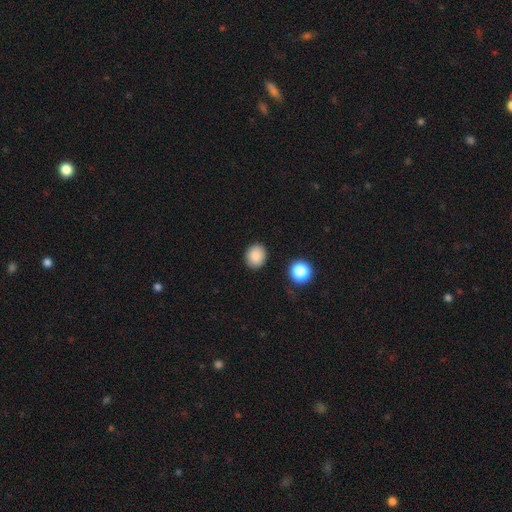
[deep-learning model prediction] smooth_or_featured: smooth (p=0.86) [alt: star or artifact p=0.09]
how_rounded: round (p=0.67) [alt: in between p=0.32]
merging: none (p=0.89) [alt: minor disturbance p=0.07]